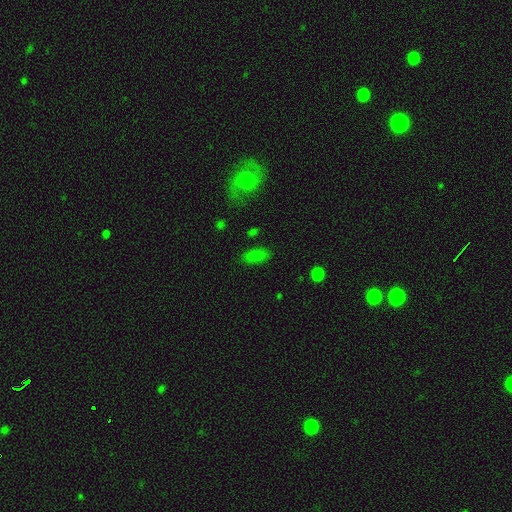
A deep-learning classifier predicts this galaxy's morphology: The model was most divided on "smooth or featured": smooth: 79%, star or artifact: 15%, featured or disk: 6%. More confident: how rounded — in between (89%); merging — none (82%).